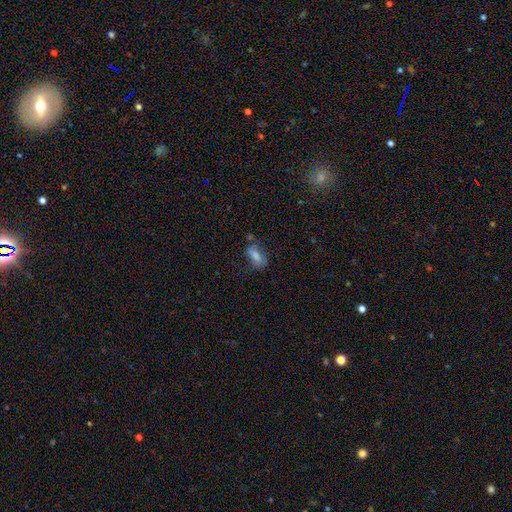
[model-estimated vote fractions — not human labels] smooth_or_featured: smooth (p=0.68) [alt: featured or disk p=0.20]
how_rounded: in between (p=0.77) [alt: cigar-shaped p=0.18]
merging: none (p=0.51) [alt: minor disturbance p=0.27]